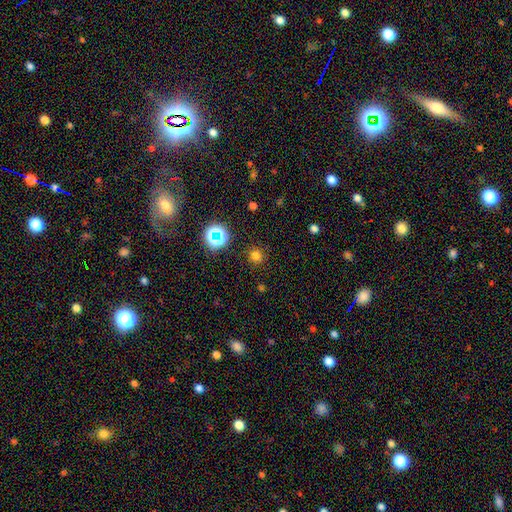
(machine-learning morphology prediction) A smooth galaxy with no disk features (72%) that is round (93%).

Vote fractions:
- Smooth or featured? smooth: 72% / star or artifact: 22% / featured or disk: 5%
- How rounded? round: 93% / in between: 6% / cigar-shaped: 1%
- Merging? none: 88% / minor disturbance: 7% / major disturbance: 3% / merger: 2%